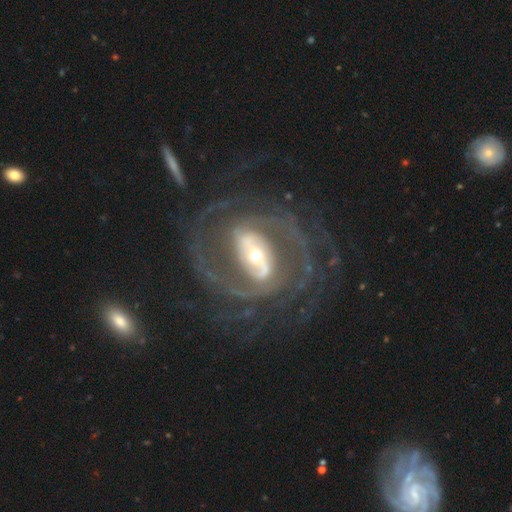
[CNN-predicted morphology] Smooth or featured? Predicted: featured or disk (p=0.91). Edge-on disk? Predicted: no (p=0.97). Bar? Predicted: strong (p=0.47). Spiral arms? Predicted: yes (p=0.96). Spiral winding? Predicted: medium (p=0.44). Spiral arm count? Predicted: 2 (p=0.51). Bulge size? Predicted: small (p=0.46). Merging? Predicted: none (p=0.68).